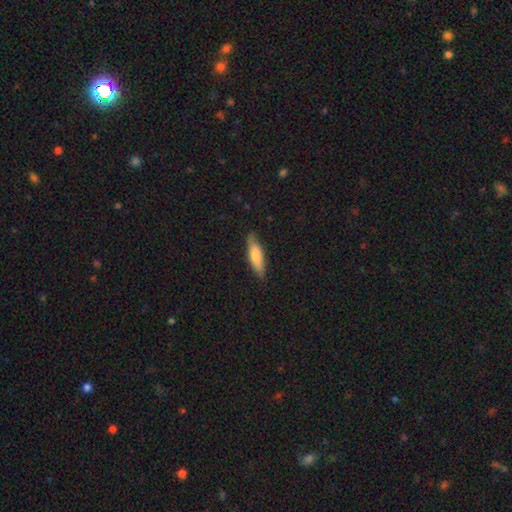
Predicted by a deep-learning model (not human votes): The model was most divided on "how rounded": cigar-shaped: 54%, in between: 44%, round: 2%. More confident: merging — none (78%); smooth or featured — smooth (75%).